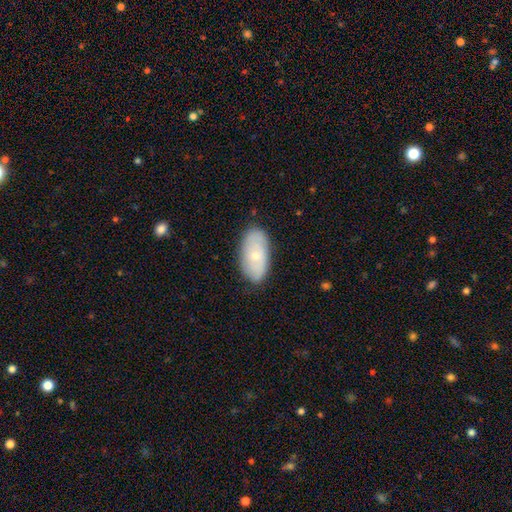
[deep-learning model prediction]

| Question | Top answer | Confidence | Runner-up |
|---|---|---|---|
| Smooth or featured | smooth | 60% | featured or disk (34%) |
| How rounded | in between | 94% | round (3%) |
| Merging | none | 81% | minor disturbance (15%) |